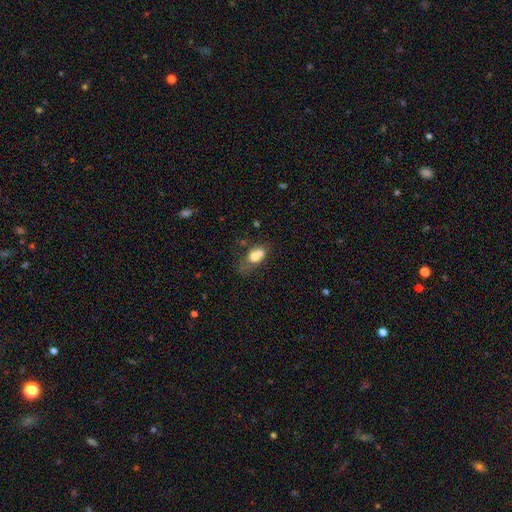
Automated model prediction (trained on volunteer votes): Smooth or featured?
  - smooth: 70% *
  - featured or disk: 19%
  - star or artifact: 11%
How rounded?
  - in between: 66% *
  - round: 30%
  - cigar-shaped: 3%
Merging?
  - merger: 41% *
  - none: 26%
  - minor disturbance: 18%
  - major disturbance: 16%